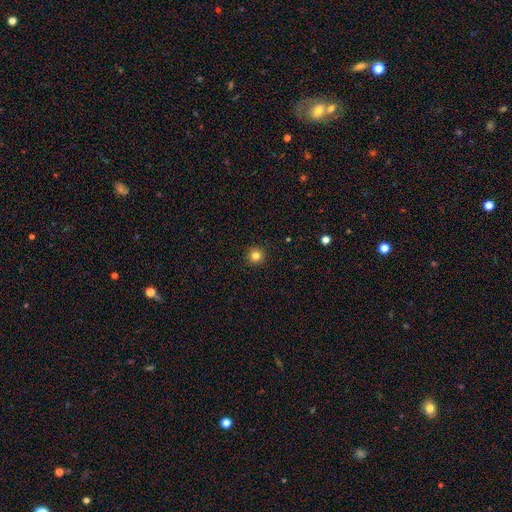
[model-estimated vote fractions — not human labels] smooth 82%, star or artifact 12%, featured or disk 5%. Down the decision tree: how rounded — round (96%); merging — none (93%).